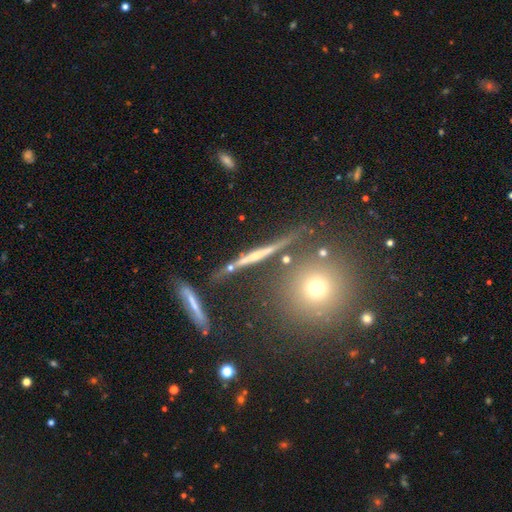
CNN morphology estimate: smooth-or-featured: featured or disk: 56% | smooth: 25% | star or artifact: 19%
  disk-edge-on: yes: 88% | no: 12%
  merging: none: 80% | minor disturbance: 10% | merger: 5% | major disturbance: 4%